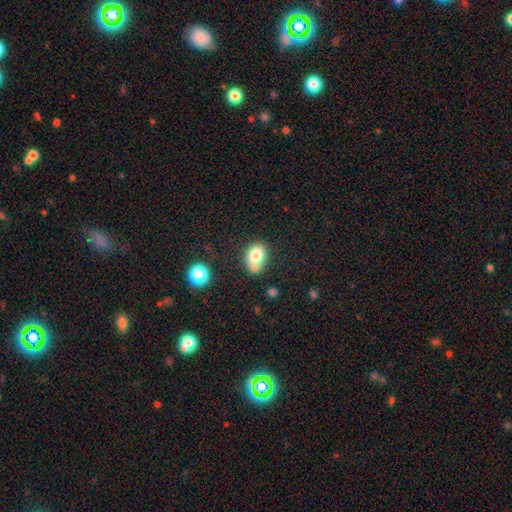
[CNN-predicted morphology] smooth_or_featured: smooth (p=0.78) [alt: featured or disk p=0.12]
how_rounded: in between (p=0.66) [alt: round p=0.33]
merging: none (p=0.50) [alt: minor disturbance p=0.23]